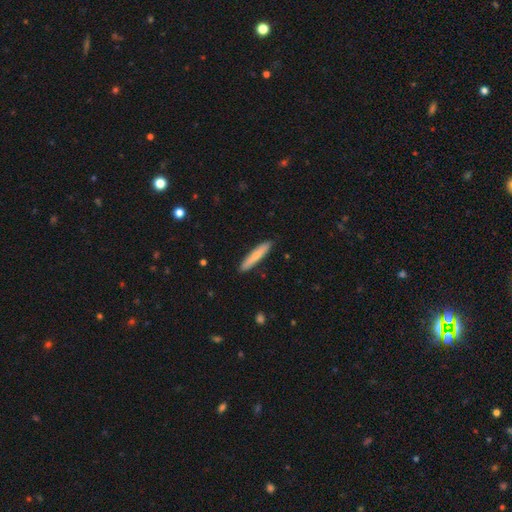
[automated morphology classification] A smooth galaxy with no disk features (73%) that is cigar-shaped (92%). Merging: none (90%).